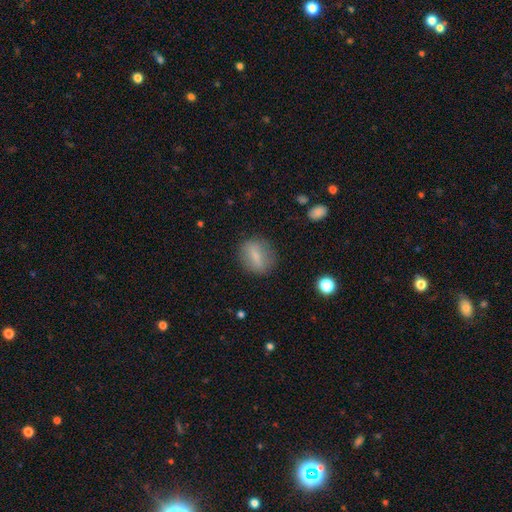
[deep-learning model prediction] Morphology: type=smooth (65%); roundness=in between (51%); merging=none (81%).